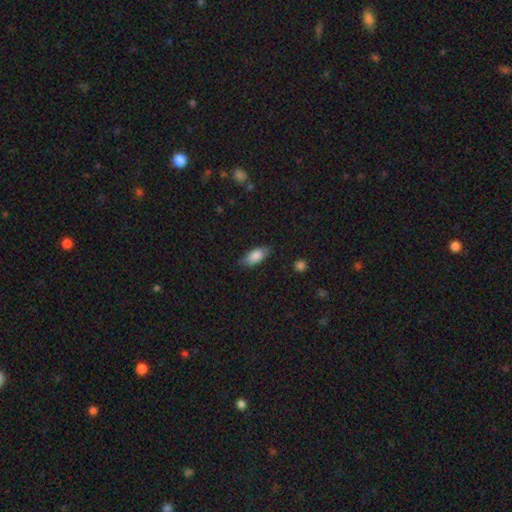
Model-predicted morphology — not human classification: A smooth galaxy with no disk features (83%) that is in between round and cigar-shaped (86%). Merging: none (80%).